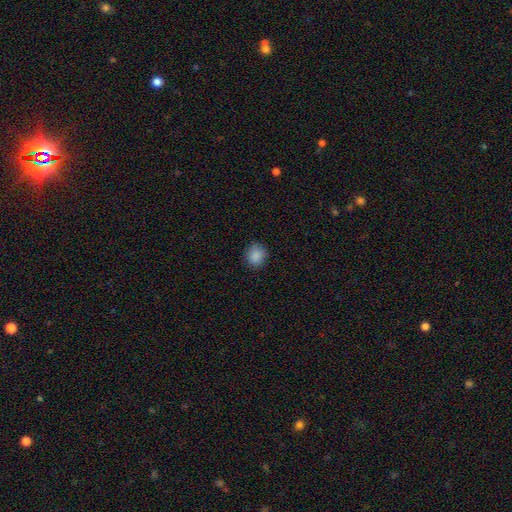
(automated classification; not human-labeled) Morphology: type=smooth (87%); roundness=round (76%); merging=none (87%).